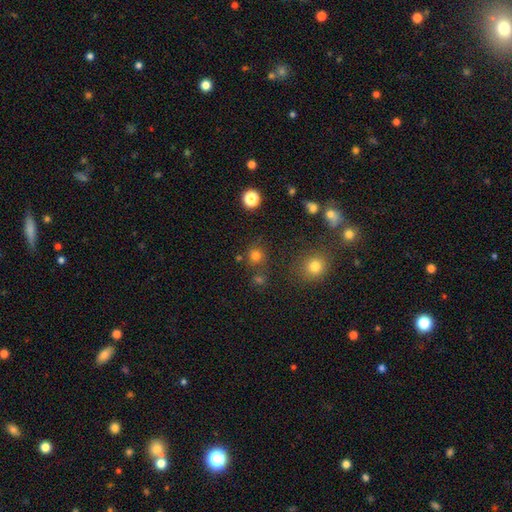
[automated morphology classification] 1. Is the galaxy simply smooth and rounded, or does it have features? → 76% smooth, 18% star or artifact, 6% featured or disk.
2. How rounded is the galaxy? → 90% round, 9% in between, 1% cigar-shaped.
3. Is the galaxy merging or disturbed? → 77% none, 10% merger, 9% minor disturbance, 4% major disturbance.